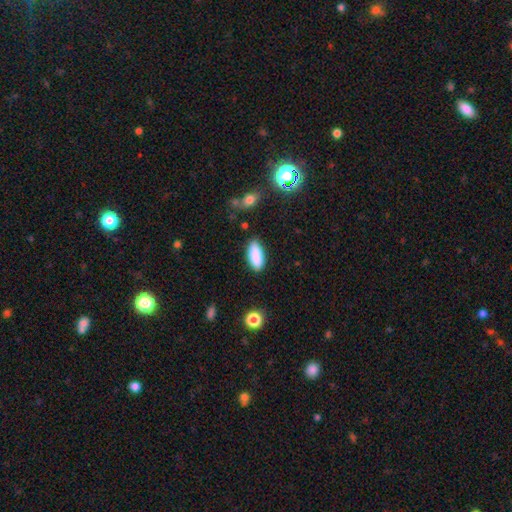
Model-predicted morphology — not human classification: The model was most divided on "how rounded": in between: 85%, cigar-shaped: 13%, round: 2%. More confident: smooth or featured — smooth (88%); merging — none (85%).